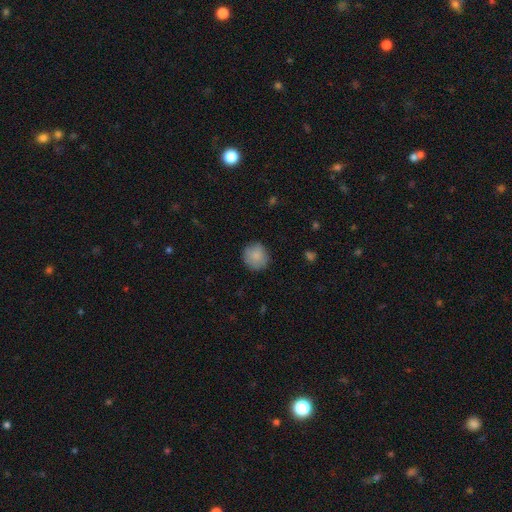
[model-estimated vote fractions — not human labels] This is clearly a smooth galaxy (85%). How rounded: clearly round (90%). Merging: clearly none (84%).